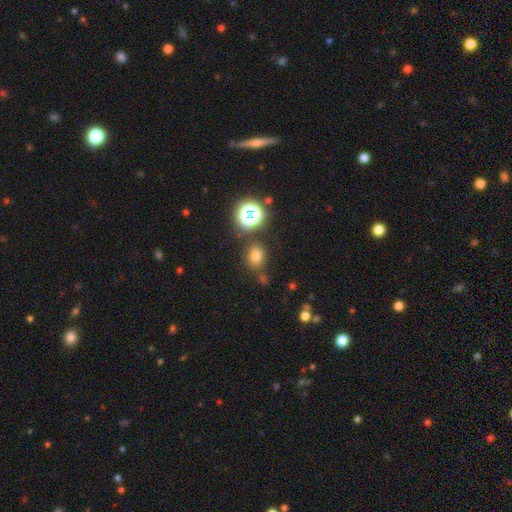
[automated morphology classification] smooth-or-featured: smooth: 70% | star or artifact: 22% | featured or disk: 8%
  how-rounded: round: 57% | in between: 42% | cigar-shaped: 1%
  merging: none: 76% | minor disturbance: 12% | merger: 8% | major disturbance: 4%